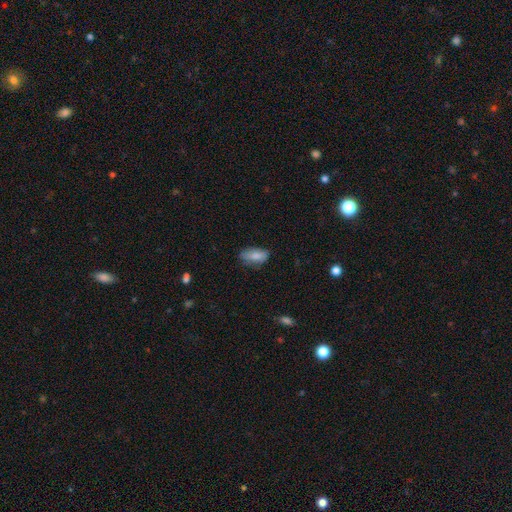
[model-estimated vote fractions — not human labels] This is likely a smooth galaxy (77%). How rounded: clearly in between (88%). Merging: likely none (66%).